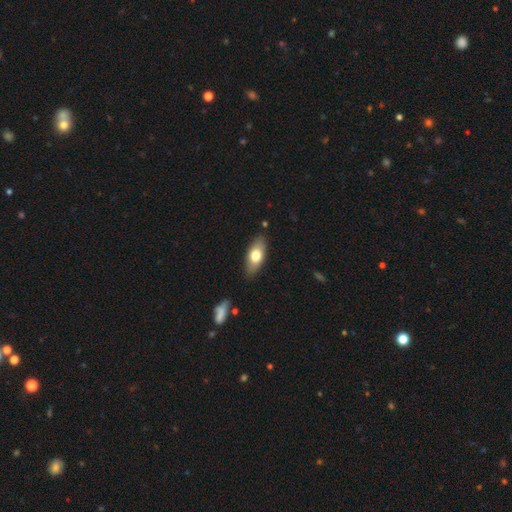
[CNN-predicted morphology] A smooth galaxy with no disk features (70%) that is in between round and cigar-shaped (84%).

Vote fractions:
- Smooth or featured? smooth: 70% / featured or disk: 24% / star or artifact: 6%
- How rounded? in between: 84% / cigar-shaped: 13% / round: 3%
- Merging? none: 84% / minor disturbance: 12% / major disturbance: 2% / merger: 2%